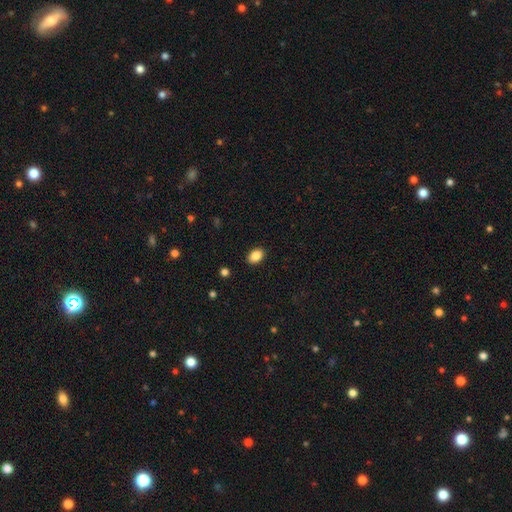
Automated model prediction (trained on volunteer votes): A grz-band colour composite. It shows a smooth galaxy with no disk features (88%) that is in between round and cigar-shaped (82%). Merging: none (89%).